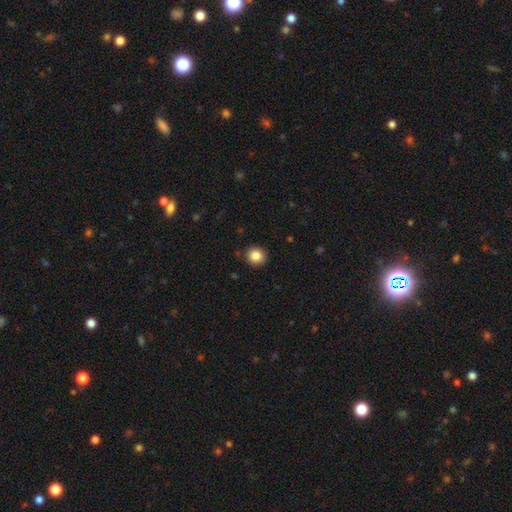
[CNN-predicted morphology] smooth_or_featured: smooth (p=0.85) [alt: star or artifact p=0.10]
how_rounded: round (p=0.91) [alt: in between p=0.09]
merging: none (p=0.91) [alt: minor disturbance p=0.06]